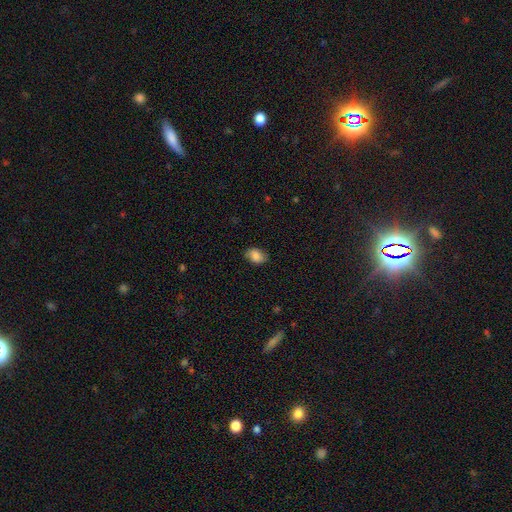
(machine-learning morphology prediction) Smooth or featured: smooth — 80% (featured or disk — 12%)
How rounded: in between — 77% (round — 21%)
Merging: none — 81% (minor disturbance — 14%)